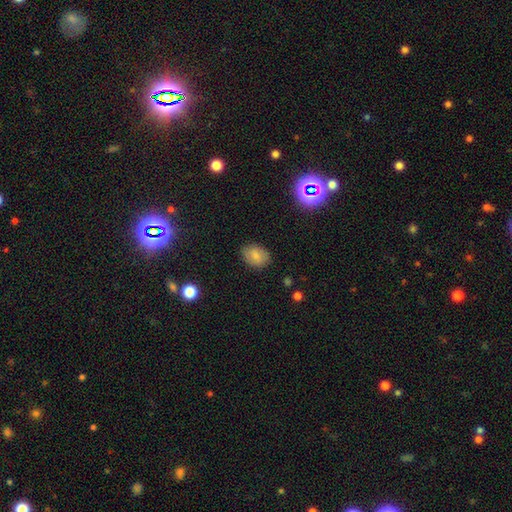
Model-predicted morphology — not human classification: Smooth or featured?
  - smooth: 81% *
  - star or artifact: 10%
  - featured or disk: 9%
How rounded?
  - in between: 70% *
  - round: 29%
  - cigar-shaped: 1%
Merging?
  - none: 83% *
  - minor disturbance: 13%
  - major disturbance: 3%
  - merger: 1%